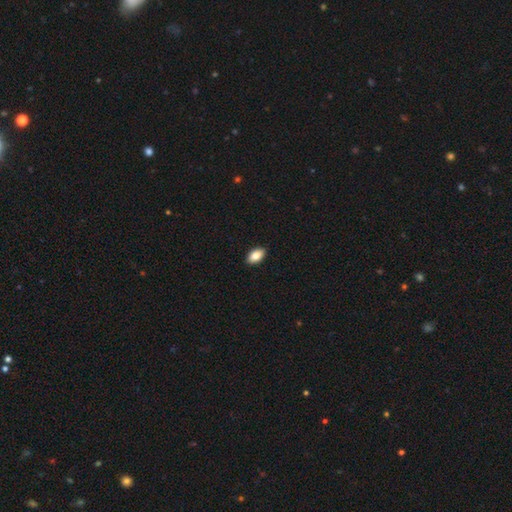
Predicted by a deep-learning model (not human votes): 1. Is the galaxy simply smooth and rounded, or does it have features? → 86% smooth, 7% star or artifact, 7% featured or disk.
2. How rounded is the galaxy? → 93% in between, 5% round, 2% cigar-shaped.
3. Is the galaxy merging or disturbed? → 91% none, 6% minor disturbance, 1% major disturbance, 1% merger.